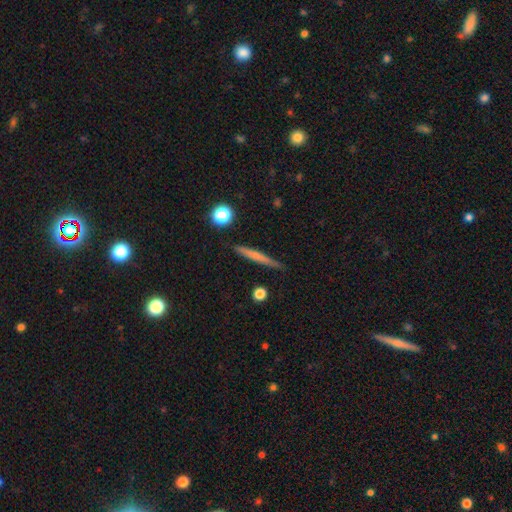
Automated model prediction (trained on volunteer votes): Smooth or featured?
  - smooth: 58% *
  - featured or disk: 35%
  - star or artifact: 7%
How rounded?
  - cigar-shaped: 94% *
  - in between: 3%
  - round: 3%
Merging?
  - none: 87% *
  - minor disturbance: 9%
  - major disturbance: 2%
  - merger: 2%